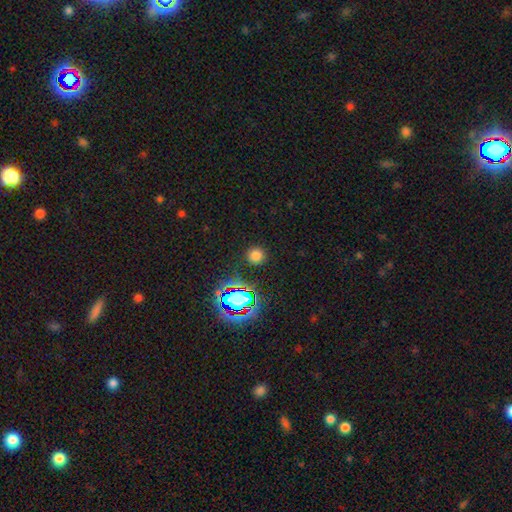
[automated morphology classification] type=smooth (72%); roundness=round (94%); merging=none (90%).